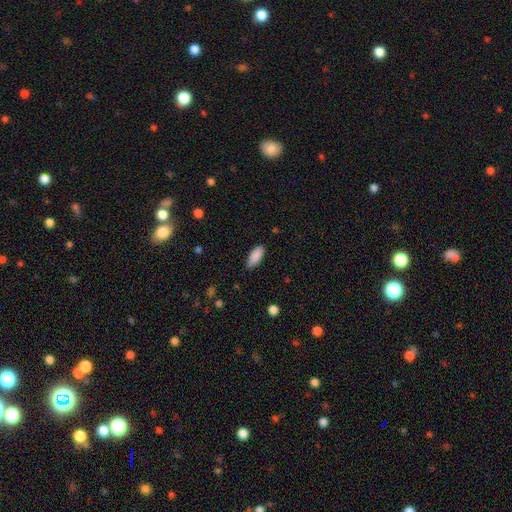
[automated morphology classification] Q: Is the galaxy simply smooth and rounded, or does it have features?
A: smooth — 88%.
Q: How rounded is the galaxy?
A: in between — 83%.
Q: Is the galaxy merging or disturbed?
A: none — 81%.